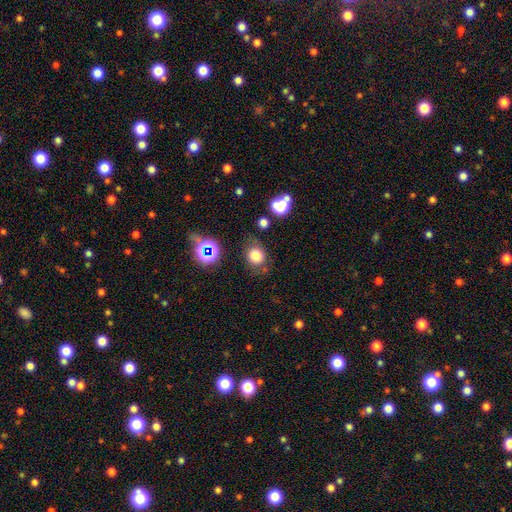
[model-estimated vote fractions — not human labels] Overall: smooth (75%). How rounded: round (69%; in between 30%). Merging: none (72%).